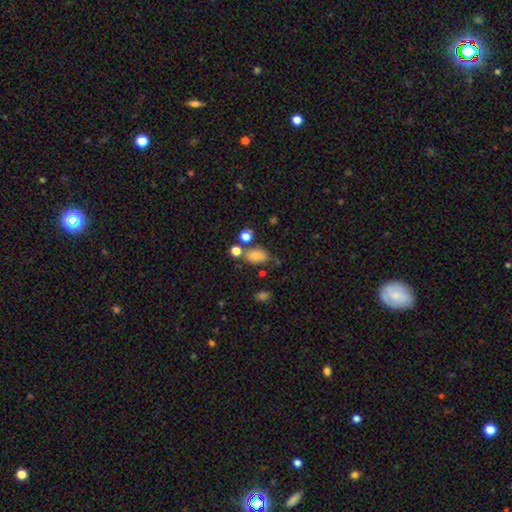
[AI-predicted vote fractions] This appears to be a smooth galaxy with no disk features (79%) that is in between round and cigar-shaped (83%). Merging: none (60%).